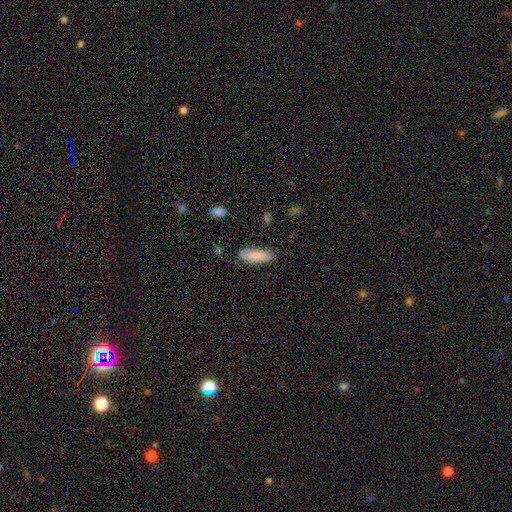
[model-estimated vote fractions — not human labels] A smooth galaxy with no disk features (87%) that is in between round and cigar-shaped (55%). Merging: none (82%).